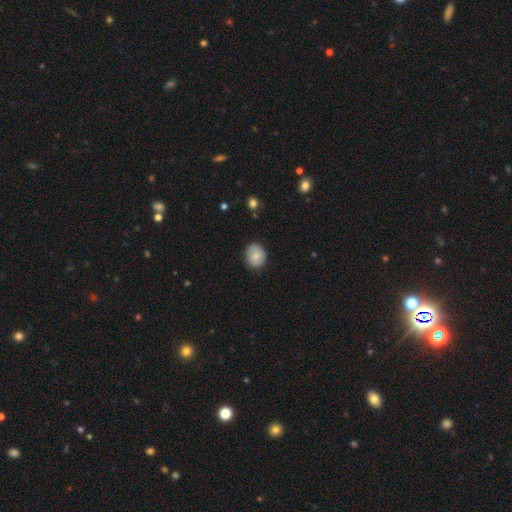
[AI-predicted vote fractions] Overall: smooth (83%). How rounded: round (72%). Merging: none (85%).